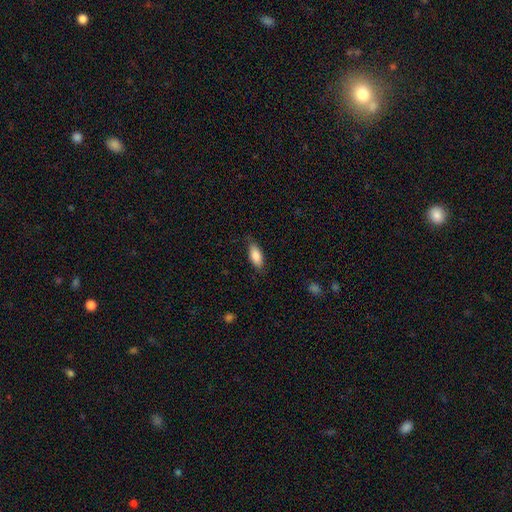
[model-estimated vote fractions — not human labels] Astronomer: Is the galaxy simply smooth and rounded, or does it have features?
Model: smooth — 86%.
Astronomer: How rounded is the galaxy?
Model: in between — 85%.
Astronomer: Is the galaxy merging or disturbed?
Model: none — 80%.